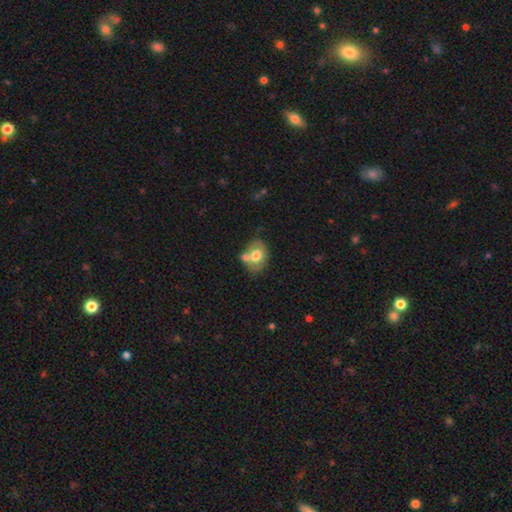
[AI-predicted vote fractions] A smooth galaxy with no disk features (62%) that is in between round and cigar-shaped (71%).

Vote fractions:
- Smooth or featured? smooth: 62% / featured or disk: 30% / star or artifact: 8%
- How rounded? in between: 71% / round: 28% / cigar-shaped: 1%
- Merging? none: 44% / merger: 30% / minor disturbance: 19% / major disturbance: 6%